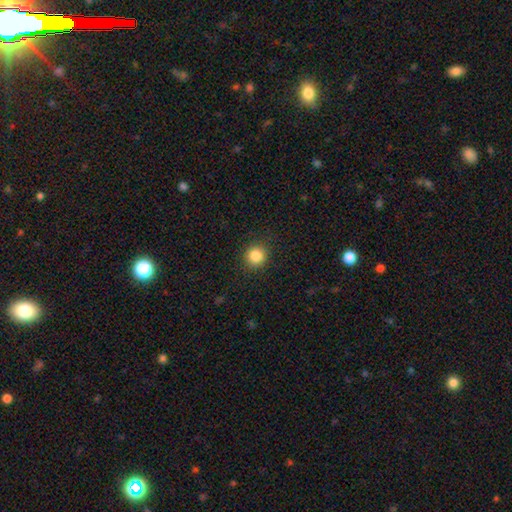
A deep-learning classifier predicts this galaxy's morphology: smooth-or-featured: smooth: 85% | star or artifact: 11% | featured or disk: 4%
  how-rounded: round: 91% | in between: 8% | cigar-shaped: 1%
  merging: none: 90% | minor disturbance: 7% | major disturbance: 2% | merger: 1%